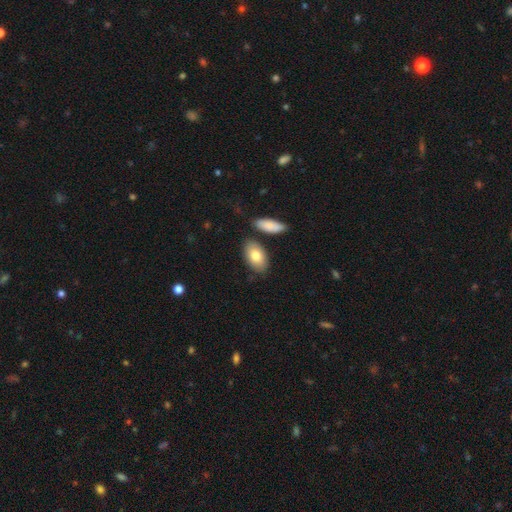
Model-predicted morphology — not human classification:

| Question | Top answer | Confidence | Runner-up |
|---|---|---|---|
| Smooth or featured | smooth | 78% | featured or disk (15%) |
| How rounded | in between | 92% | round (5%) |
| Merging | none | 76% | minor disturbance (11%) |